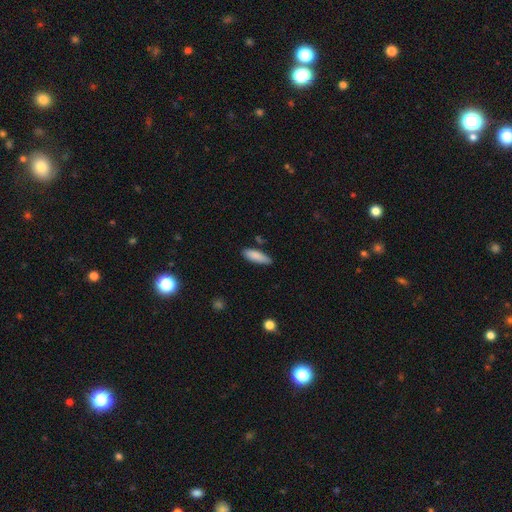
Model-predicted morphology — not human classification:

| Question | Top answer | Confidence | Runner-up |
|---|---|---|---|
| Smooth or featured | smooth | 87% | featured or disk (7%) |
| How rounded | in between | 52% | cigar-shaped (47%) |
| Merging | none | 80% | minor disturbance (15%) |